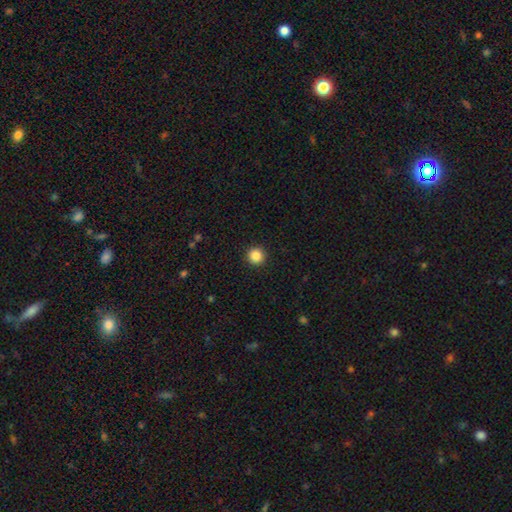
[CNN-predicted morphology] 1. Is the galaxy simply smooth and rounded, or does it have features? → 87% smooth, 10% star or artifact, 3% featured or disk.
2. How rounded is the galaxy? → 96% round, 3% in between, 1% cigar-shaped.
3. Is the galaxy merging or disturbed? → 93% none, 4% minor disturbance, 2% major disturbance, 1% merger.